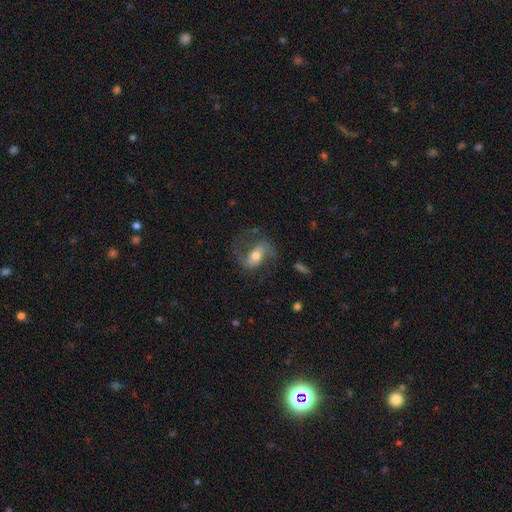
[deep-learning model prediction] Smooth or featured: featured or disk — 77% (smooth — 16%)
Edge-on disk: no — 95% (yes — 5%)
Bar: strong — 40% (weak — 36%)
Spiral arms: yes — 91% (no — 9%)
Spiral winding: medium — 47% (loose — 40%)
Spiral arm count: 2 — 87% (can't tell — 5%)
Bulge size: moderate — 64% (small — 24%)
Merging: none — 64% (major disturbance — 18%)